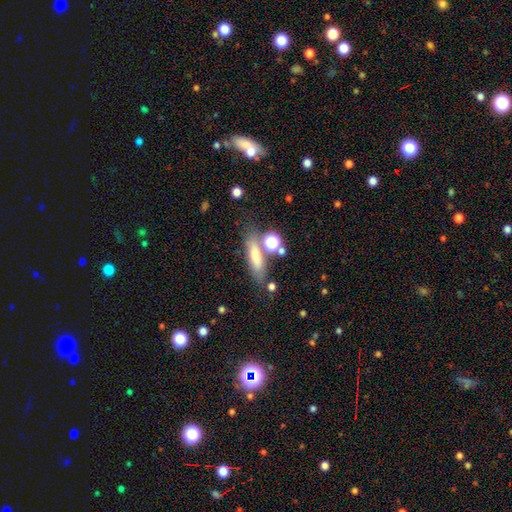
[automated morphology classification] A smooth galaxy with no disk features (70%) that is cigar-shaped (58%).

Vote fractions:
- Smooth or featured? smooth: 70% / featured or disk: 18% / star or artifact: 12%
- How rounded? cigar-shaped: 58% / in between: 35% / round: 6%
- Merging? none: 65% / minor disturbance: 15% / merger: 12% / major disturbance: 7%